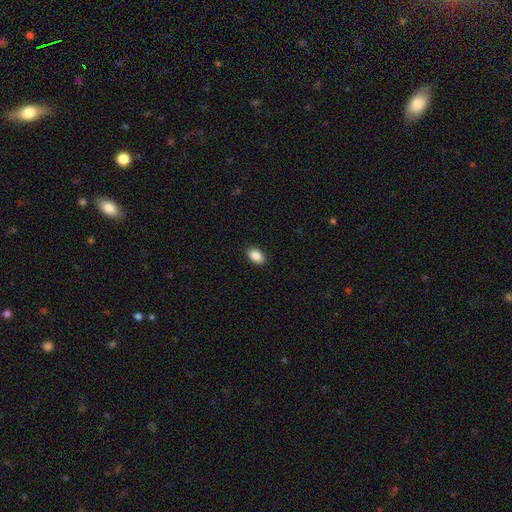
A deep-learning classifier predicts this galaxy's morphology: This appears to be a smooth galaxy with no disk features (89%) that is in between round and cigar-shaped (90%). Merging: none (90%).